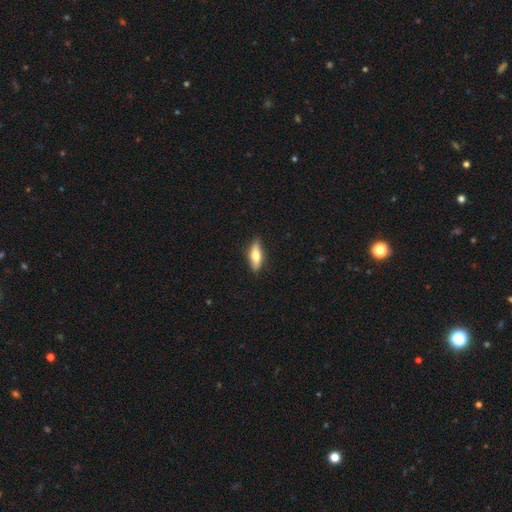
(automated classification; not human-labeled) This appears to be a smooth galaxy with no disk features (62%) that is in between round and cigar-shaped (58%). Merging: none (85%).